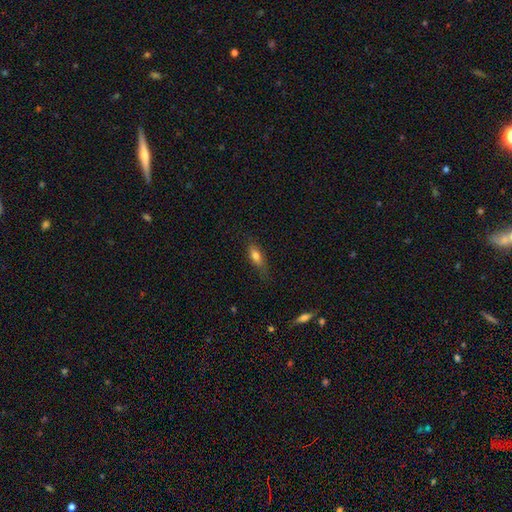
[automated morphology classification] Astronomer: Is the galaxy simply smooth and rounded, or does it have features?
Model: smooth — 73%.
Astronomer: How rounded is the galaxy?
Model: in between — 66%.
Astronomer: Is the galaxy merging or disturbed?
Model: none — 68%.